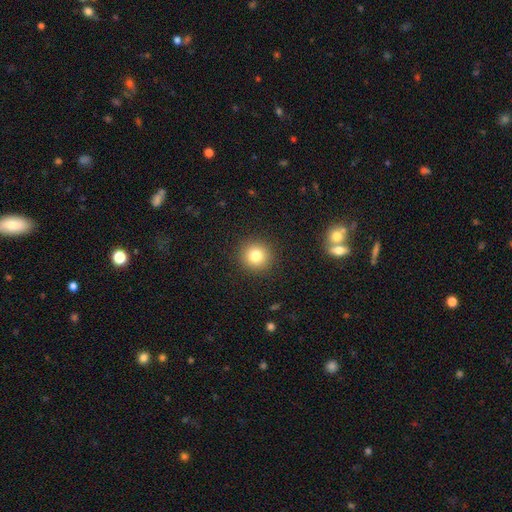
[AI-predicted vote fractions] smooth 80%, star or artifact 12%, featured or disk 8%. Down the decision tree: how rounded — round (93%); merging — none (91%).